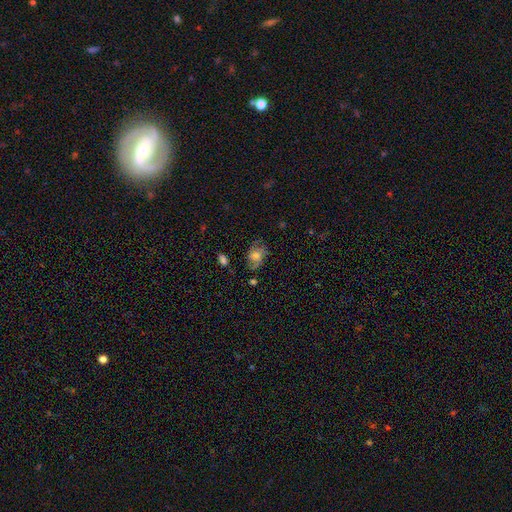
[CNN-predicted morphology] smooth 47%, featured or disk 42%, star or artifact 11%. Down the decision tree: merging — none (61%).